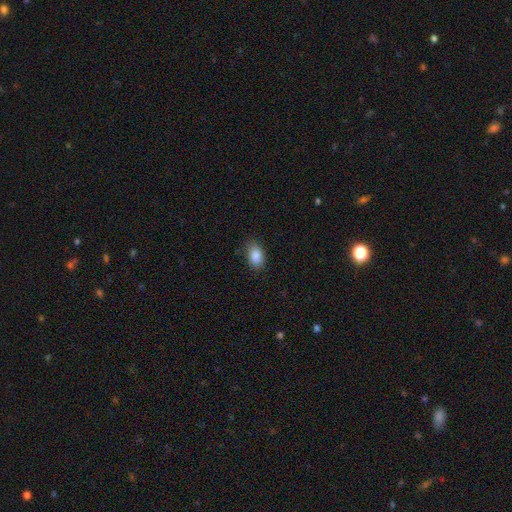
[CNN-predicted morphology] A smooth galaxy with no disk features (88%) that is in between round and cigar-shaped (90%). Merging: none (80%).